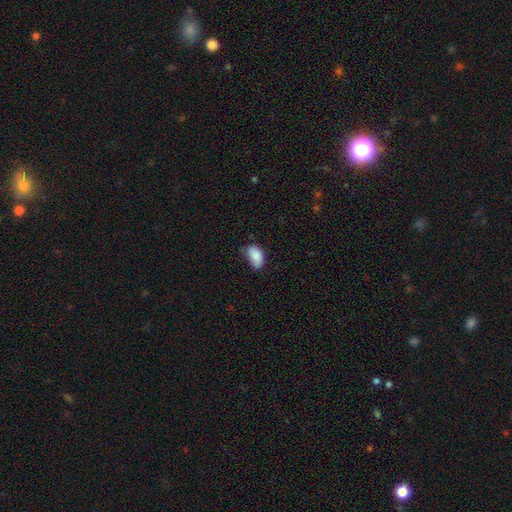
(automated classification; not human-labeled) A smooth galaxy with no disk features (86%) that is in between round and cigar-shaped (92%). Merging: none (48%).